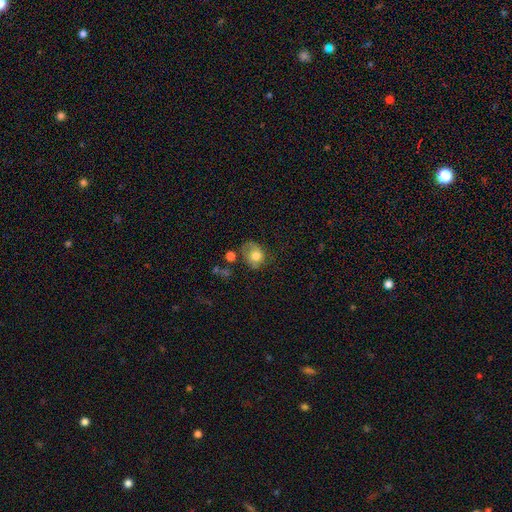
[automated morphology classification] Smooth or featured: smooth — 71% (featured or disk — 19%)
How rounded: round — 55% (in between — 44%)
Merging: none — 43% (minor disturbance — 31%)